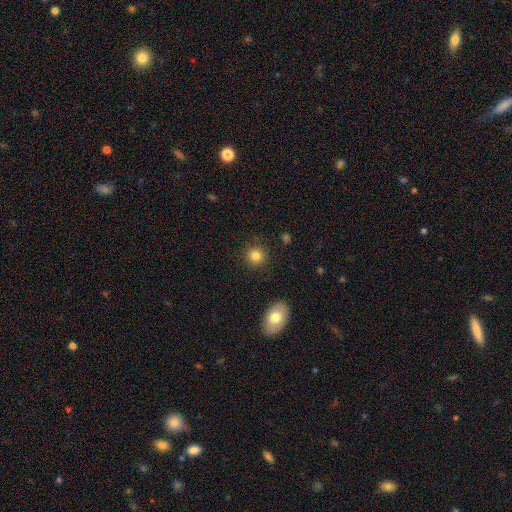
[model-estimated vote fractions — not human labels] smooth 81%, star or artifact 11%, featured or disk 8%. Down the decision tree: how rounded — round (91%); merging — none (89%).